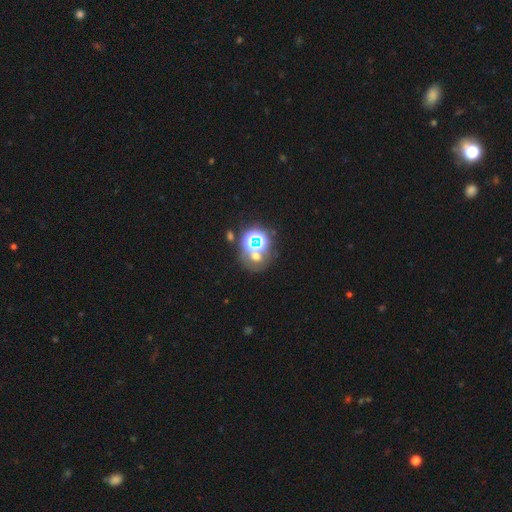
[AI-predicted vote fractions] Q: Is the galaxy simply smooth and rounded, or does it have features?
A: star or artifact — 49%.